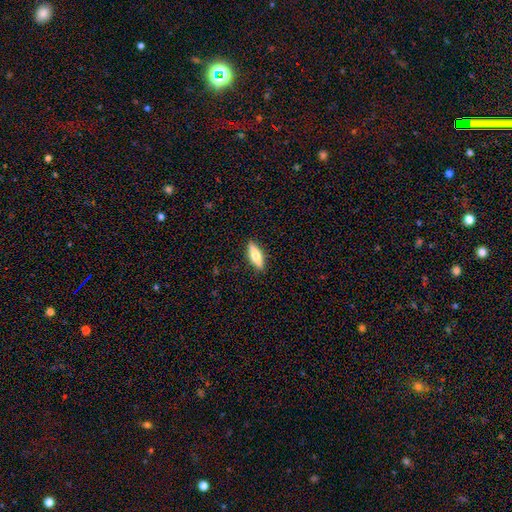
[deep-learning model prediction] Overall: smooth (53%; featured or disk 41%). How rounded: cigar-shaped (59%; in between 39%). Merging: none (89%).